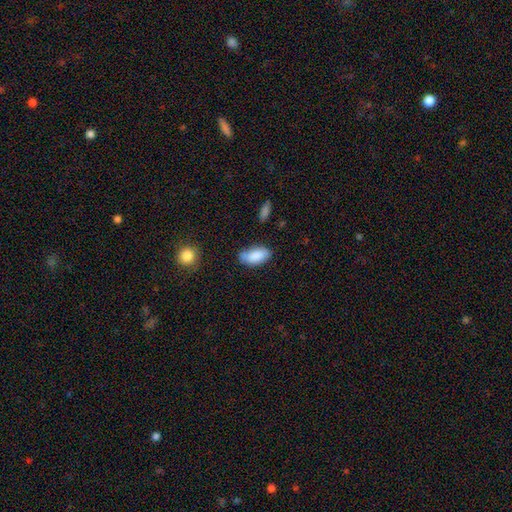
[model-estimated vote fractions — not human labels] smooth_or_featured: smooth (p=0.84) [alt: featured or disk p=0.09]
how_rounded: in between (p=0.92) [alt: cigar-shaped p=0.05]
merging: none (p=0.64) [alt: minor disturbance p=0.26]